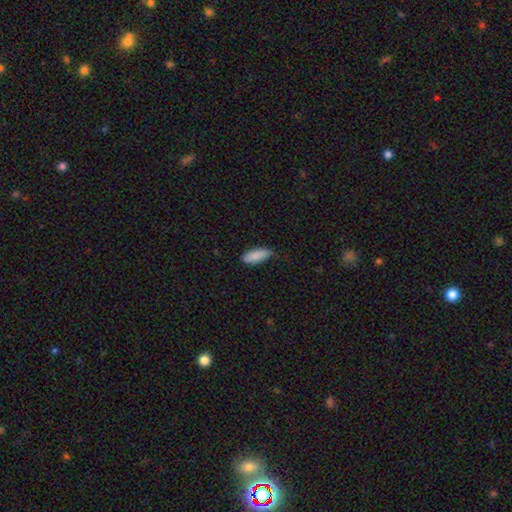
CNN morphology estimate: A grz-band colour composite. It shows a smooth galaxy with no disk features (88%) that is in between round and cigar-shaped (75%). Merging: none (73%).